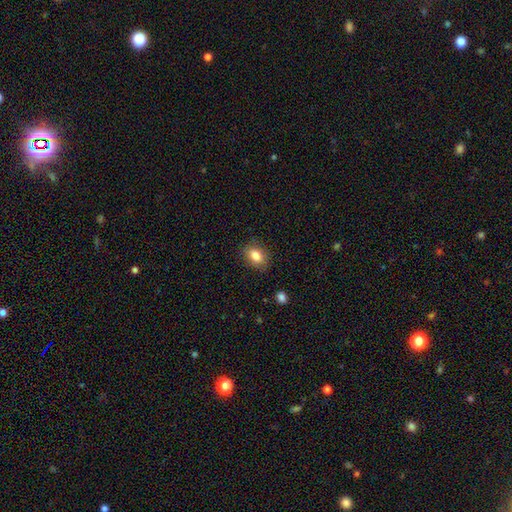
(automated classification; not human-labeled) This is clearly a smooth galaxy (83%). How rounded: likely in between (76%). Merging: clearly none (84%).